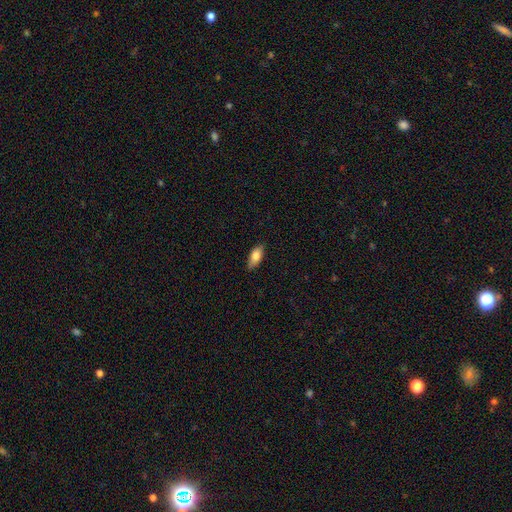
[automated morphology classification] Smooth or featured? Predicted: smooth (p=0.80). How rounded? Predicted: in between (p=0.86). Merging? Predicted: none (p=0.83).